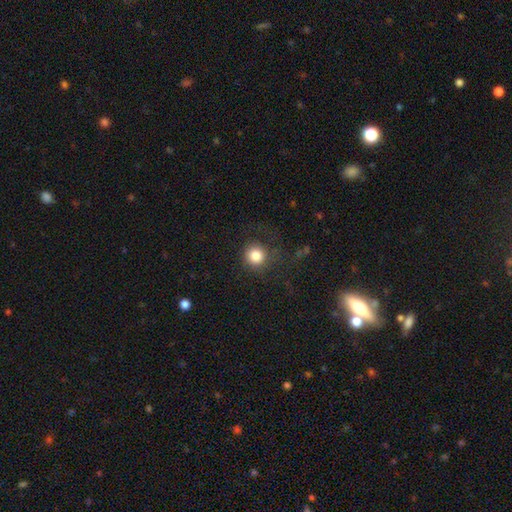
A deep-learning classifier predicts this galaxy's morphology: This is clearly a smooth galaxy (84%). How rounded: clearly round (93%). Merging: likely none (77%).